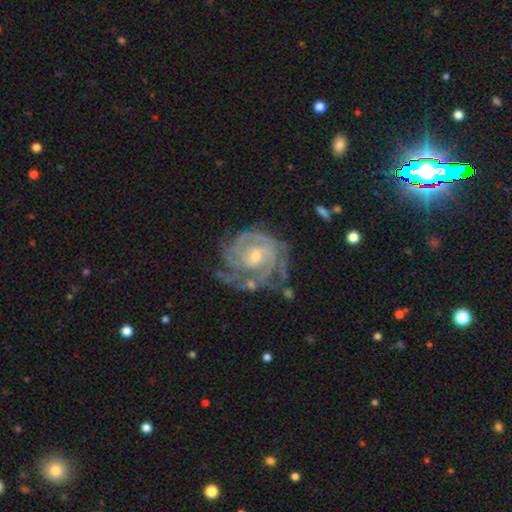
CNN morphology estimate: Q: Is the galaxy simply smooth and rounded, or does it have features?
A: featured or disk — 88%.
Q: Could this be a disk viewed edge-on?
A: no — 98%.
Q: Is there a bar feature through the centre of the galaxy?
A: no — 59%.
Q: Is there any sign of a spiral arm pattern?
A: yes — 96%.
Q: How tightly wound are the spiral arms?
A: tight — 73%.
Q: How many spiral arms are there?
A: can't tell — 30%.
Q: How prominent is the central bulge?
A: small — 63%.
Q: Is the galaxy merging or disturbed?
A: none — 56%.